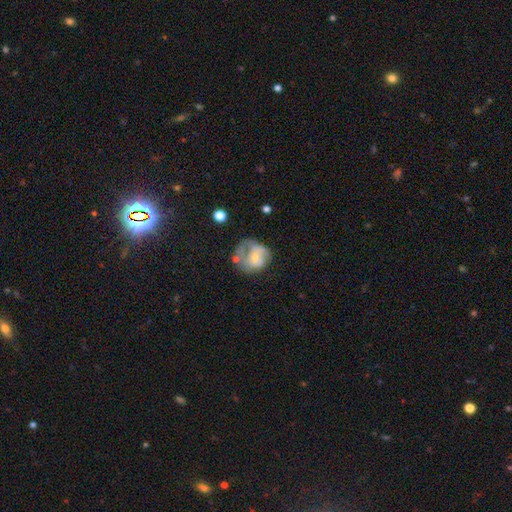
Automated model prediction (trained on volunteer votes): Smooth or featured: featured or disk — 46% (tied with smooth — 46%)
Merging: major disturbance — 33% (none — 31%)